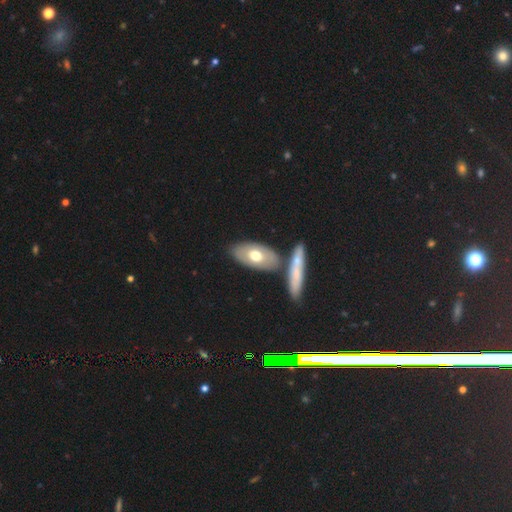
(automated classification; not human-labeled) This appears to be a smooth galaxy with no disk features (59%) that is in between round and cigar-shaped (88%). Merging: none (70%).